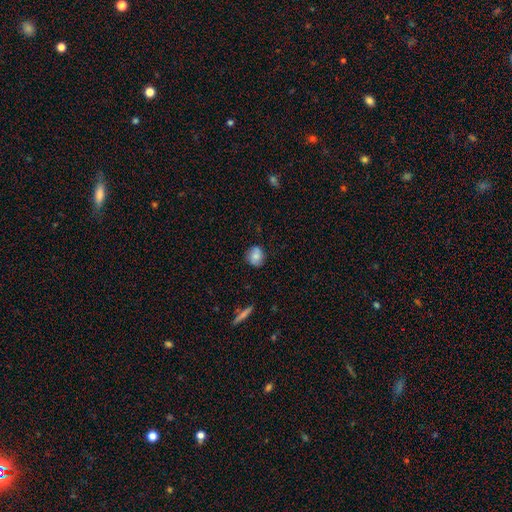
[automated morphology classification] smooth_or_featured: smooth (p=0.74) [alt: featured or disk p=0.18]
how_rounded: round (p=0.71) [alt: in between p=0.28]
merging: none (p=0.78) [alt: minor disturbance p=0.17]